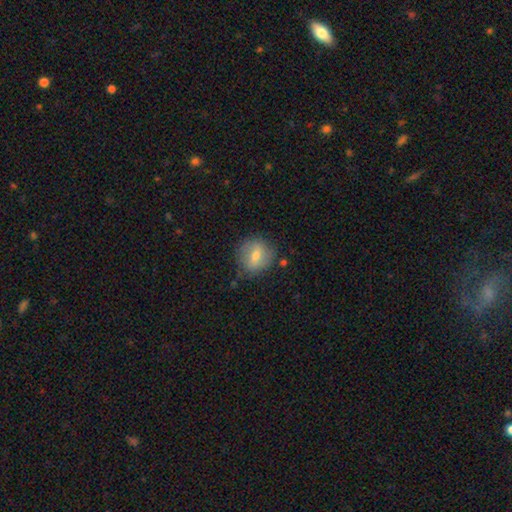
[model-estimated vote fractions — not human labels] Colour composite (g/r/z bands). It shows a smooth galaxy with no disk features (61%) that is round (80%). Merging: none (76%).